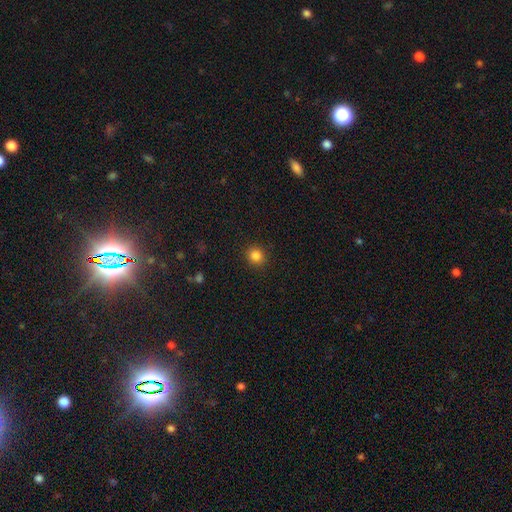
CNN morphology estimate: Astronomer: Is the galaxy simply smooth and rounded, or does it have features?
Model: smooth — 85%.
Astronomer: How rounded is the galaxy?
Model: round — 86%.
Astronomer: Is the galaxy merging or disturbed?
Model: none — 91%.